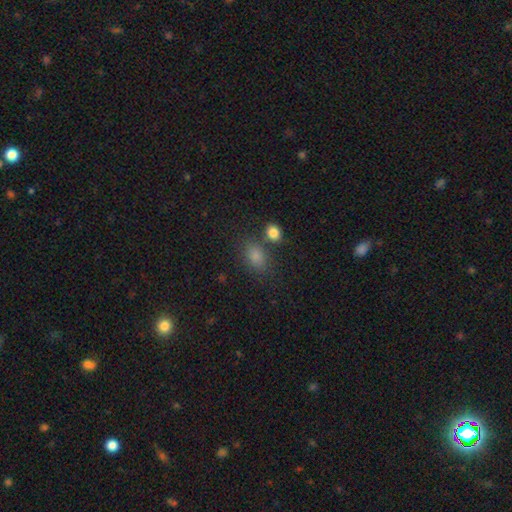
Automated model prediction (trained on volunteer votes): smooth-or-featured: smooth: 76% | star or artifact: 17% | featured or disk: 7%
  how-rounded: in between: 73% | round: 25% | cigar-shaped: 2%
  merging: none: 70% | minor disturbance: 13% | merger: 12% | major disturbance: 5%